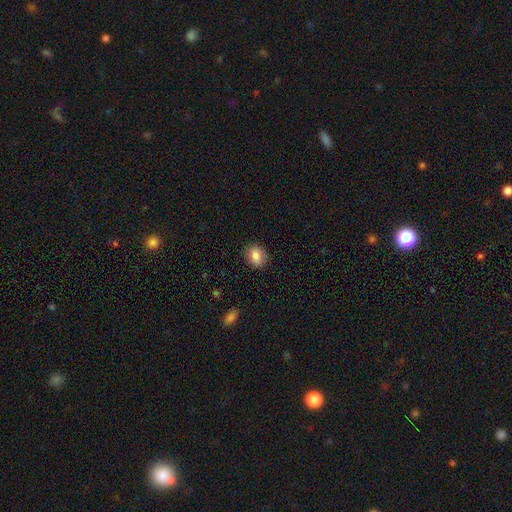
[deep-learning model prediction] The model was most divided on "how rounded": in between: 55%, round: 44%, cigar-shaped: 1%. More confident: merging — none (86%); smooth or featured — smooth (85%).